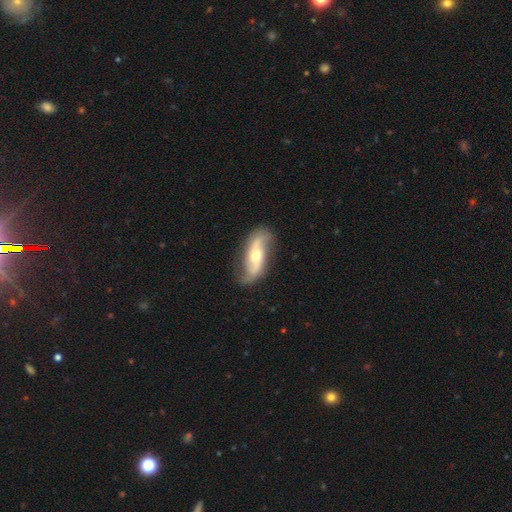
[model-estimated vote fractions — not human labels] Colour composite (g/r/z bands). It shows a featured or disk galaxy (82%) with no bar (45%), 2 (92%) loose (65%) spiral arms (93%) and a moderate central bulge (58%). Merging: none (79%).